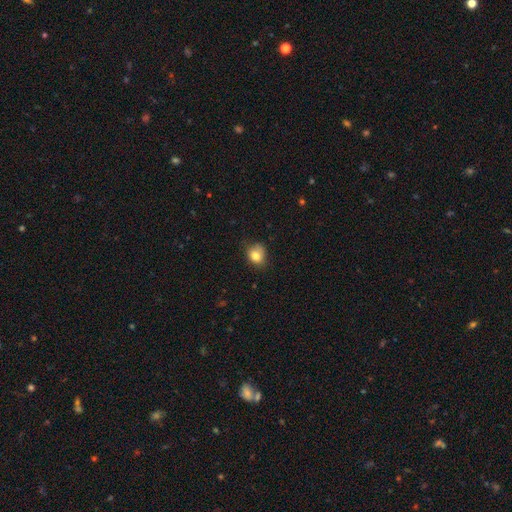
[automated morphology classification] The model was most divided on "how rounded": round: 58%, in between: 41%, cigar-shaped: 1%. More confident: smooth or featured — smooth (80%); merging — none (60%).